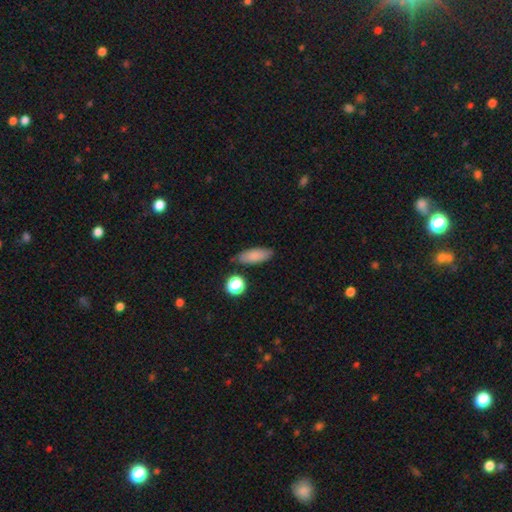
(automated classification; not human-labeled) A smooth galaxy with no disk features (83%) that is in between round and cigar-shaped (77%). Merging: none (77%).